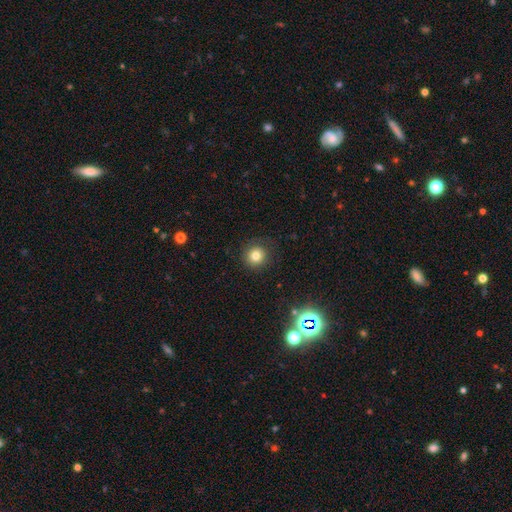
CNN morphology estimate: The model was most divided on "smooth or featured": smooth: 78%, star or artifact: 14%, featured or disk: 8%. More confident: how rounded — round (93%); merging — none (86%).